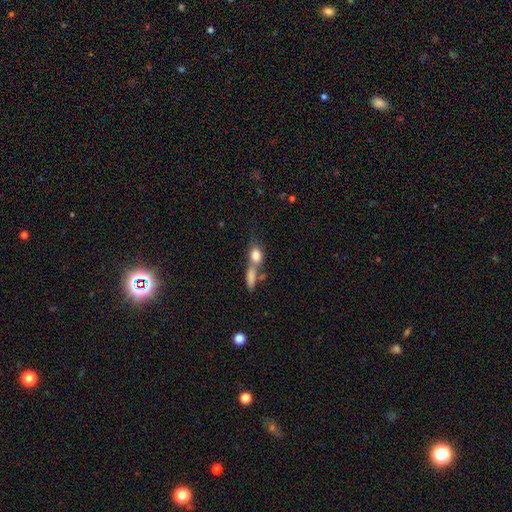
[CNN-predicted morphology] smooth_or_featured: smooth (p=0.79) [alt: featured or disk p=0.12]
how_rounded: in between (p=0.63) [alt: round p=0.27]
merging: merger (p=0.53) [alt: none p=0.30]